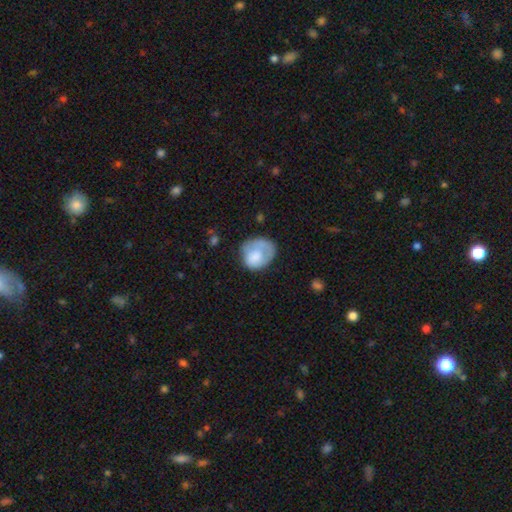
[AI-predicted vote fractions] Morphology: type=smooth (68%); roundness=round (62%); merging=none (49%).